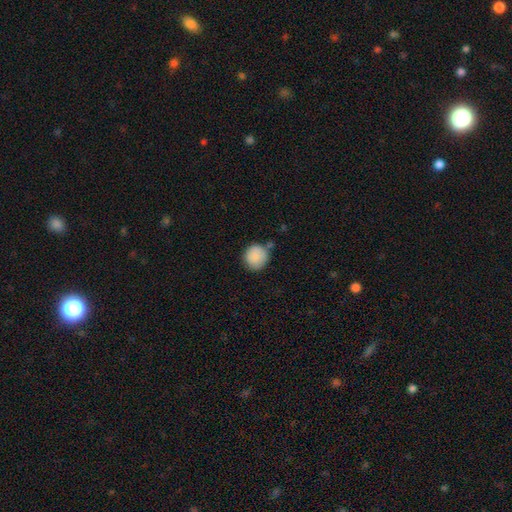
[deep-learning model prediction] This is clearly a smooth galaxy (88%). How rounded: clearly round (91%). Merging: likely none (70%).